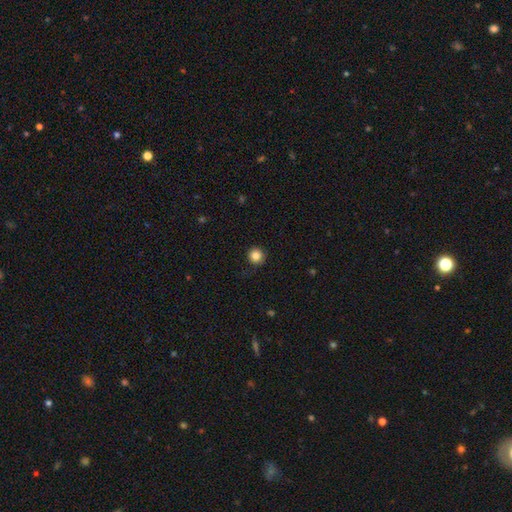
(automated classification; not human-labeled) The model was most divided on "smooth or featured": smooth: 85%, star or artifact: 11%, featured or disk: 5%. More confident: how rounded — round (95%); merging — none (90%).